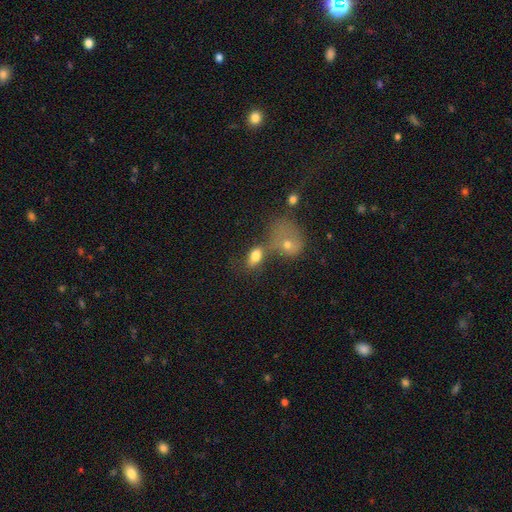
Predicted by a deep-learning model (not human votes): Smooth or featured? Predicted: smooth (p=0.76). How rounded? Predicted: in between (p=0.83). Merging? Predicted: merger (p=0.38).